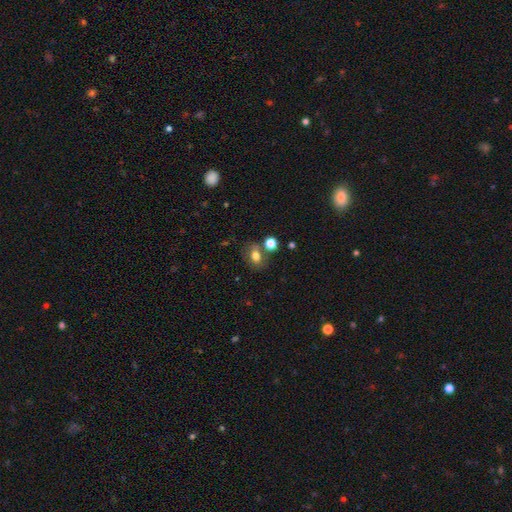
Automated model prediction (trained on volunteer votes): Smooth or featured: smooth — 74% (featured or disk — 14%)
How rounded: in between — 64% (round — 35%)
Merging: none — 62% (merger — 18%)